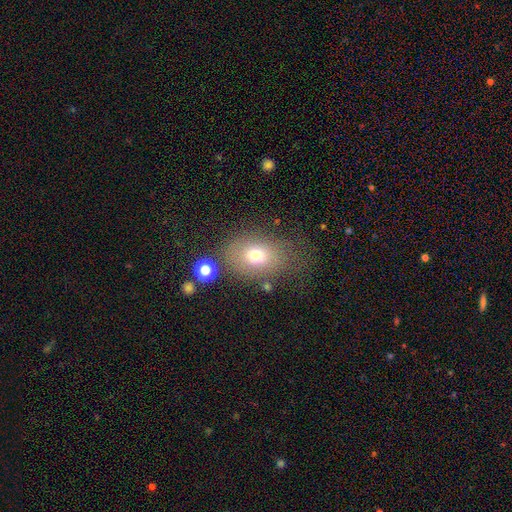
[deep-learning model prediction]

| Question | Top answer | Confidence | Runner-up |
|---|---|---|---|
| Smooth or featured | smooth | 70% | featured or disk (17%) |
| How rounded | in between | 69% | round (30%) |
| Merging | none | 57% | minor disturbance (22%) |